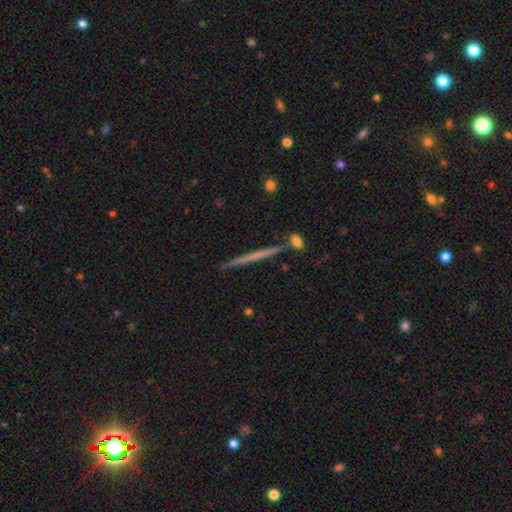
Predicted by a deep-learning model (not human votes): Smooth or featured? featured or disk (58%)
Edge-on disk? yes (98%)
Edge-on bulge? none (85%)
Merging? none (88%)